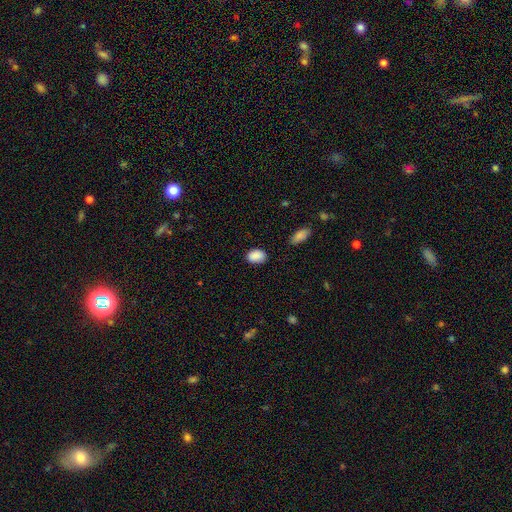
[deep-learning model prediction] Morphology: type=smooth (89%); roundness=in between (83%); merging=none (82%).